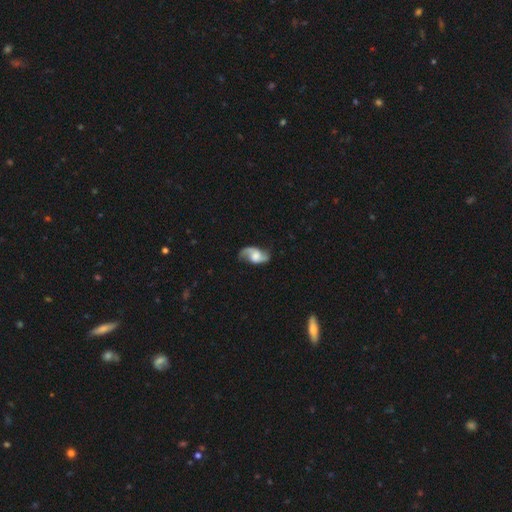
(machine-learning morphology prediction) A featured or disk galaxy (79%) with no bar (57%), 2 (89%) loose (59%) spiral arms (95%) and a moderate central bulge (35%).

Vote fractions:
- Smooth or featured? featured or disk: 79% / smooth: 15% / star or artifact: 6%
- Edge-on disk? no: 96% / yes: 4%
- Bar? no: 57% / weak: 35% / strong: 8%
- Spiral arms? yes: 95% / no: 5%
- Spiral winding? loose: 59% / medium: 32% / tight: 9%
- Spiral arm count? 2: 89% / 1: 5% / can't tell: 3% / 3: 1% / 4: 1% / more than 4: 1%
- Bulge size? moderate: 35% / large: 33% / small: 15% / none: 13% / dominant: 4%
- Merging? none: 72% / minor disturbance: 18% / major disturbance: 8% / merger: 2%